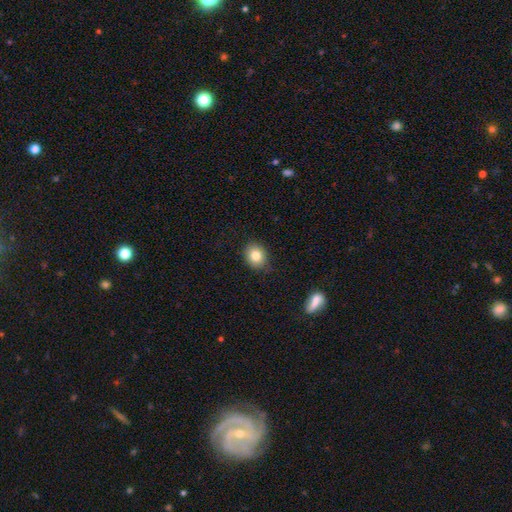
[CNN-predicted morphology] type=smooth (81%); roundness=round (62%); merging=none (83%).